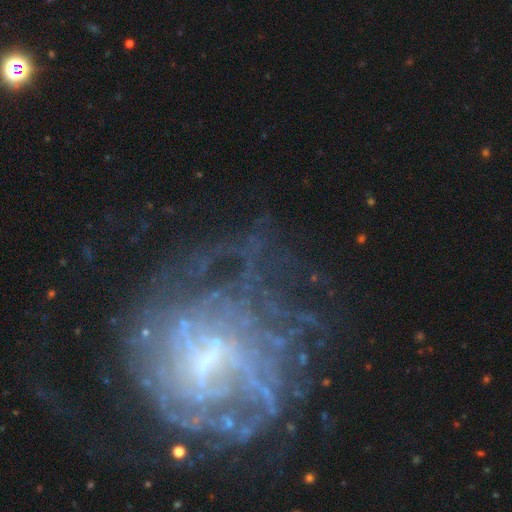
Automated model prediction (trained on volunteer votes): Smooth or featured: featured or disk — 76% (star or artifact — 14%)
Edge-on disk: no — 97% (yes — 3%)
Bar: weak — 49% (no — 32%)
Spiral arms: yes — 71% (no — 29%)
Spiral winding: tight — 52% (medium — 30%)
Spiral arm count: can't tell — 61% (2 — 10%)
Bulge size: small — 46% (none — 25%)
Merging: none — 52% (major disturbance — 28%)